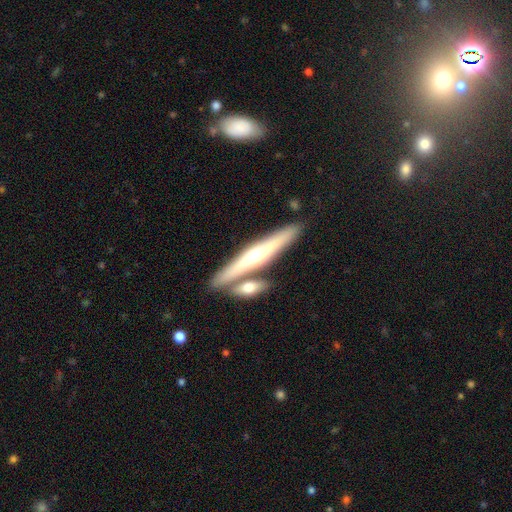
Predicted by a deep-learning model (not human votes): Morphology: type=featured or disk (54%); edge-on=yes (92%); merging=none (69%).